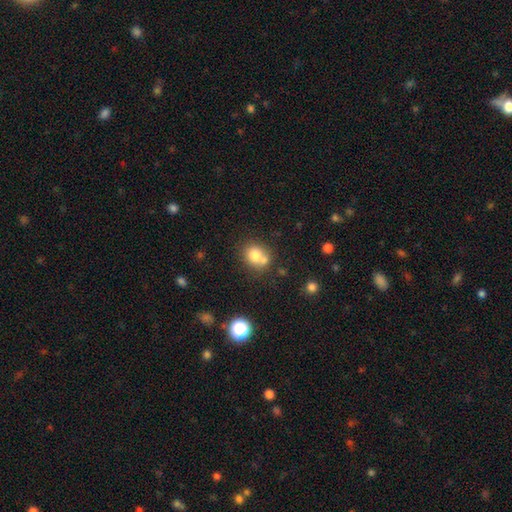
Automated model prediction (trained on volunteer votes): smooth 76%, featured or disk 12%, star or artifact 11%. Down the decision tree: how rounded — round (72%); merging — none (52%).